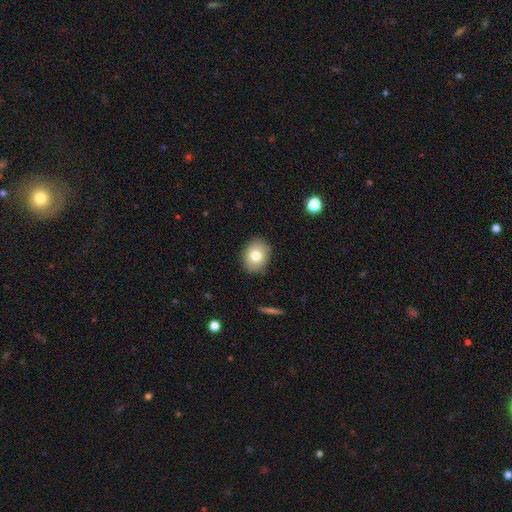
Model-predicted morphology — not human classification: Smooth or featured: smooth — 78% (featured or disk — 14%)
How rounded: round — 50% (in between — 49%)
Merging: none — 88% (minor disturbance — 9%)